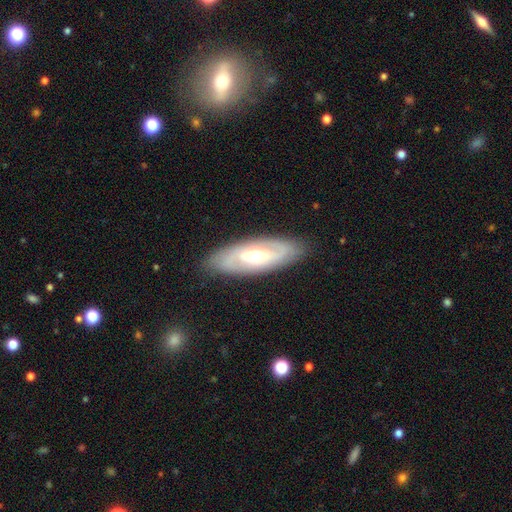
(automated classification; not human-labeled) featured or disk 70%, smooth 24%, star or artifact 5%. Down the decision tree: edge-on disk — no (84%); bar — no (50%); spiral arms — yes (73%); bulge size — moderate (71%); merging — none (85%).